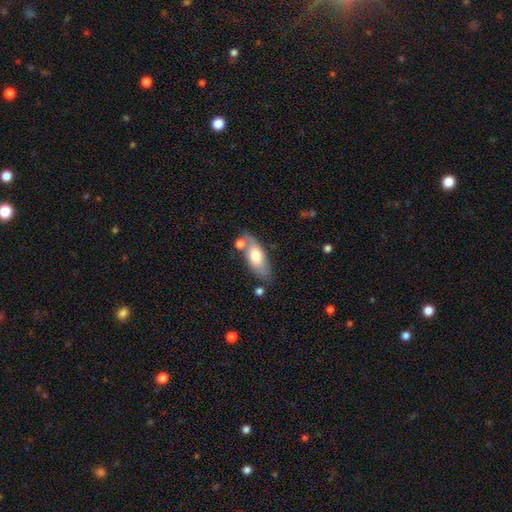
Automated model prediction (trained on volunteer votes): This is likely a smooth galaxy (65%). How rounded: clearly in between (82%). Merging: possibly none (57%).